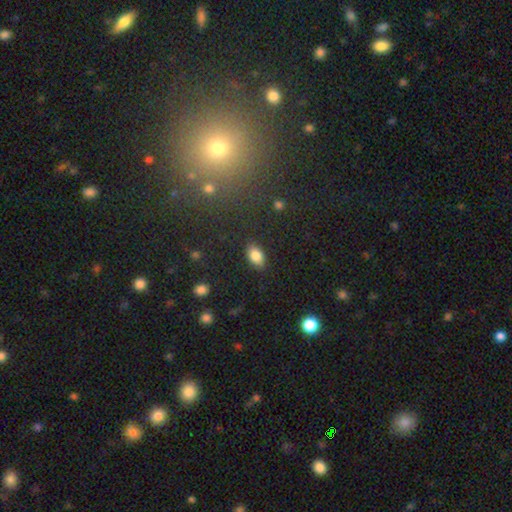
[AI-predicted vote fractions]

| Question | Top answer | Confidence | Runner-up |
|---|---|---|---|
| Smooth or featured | smooth | 84% | star or artifact (8%) |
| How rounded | in between | 91% | round (7%) |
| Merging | none | 86% | minor disturbance (10%) |